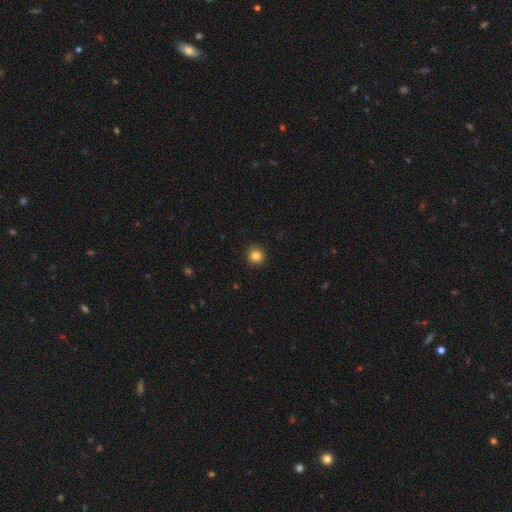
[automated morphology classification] Smooth or featured? Predicted: smooth (p=0.84). How rounded? Predicted: round (p=0.92). Merging? Predicted: none (p=0.92).